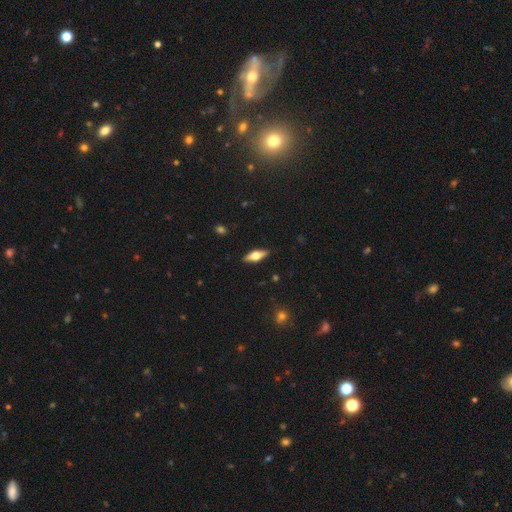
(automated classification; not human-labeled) Smooth or featured? Predicted: featured or disk (p=0.49). Merging? Predicted: none (p=0.89).